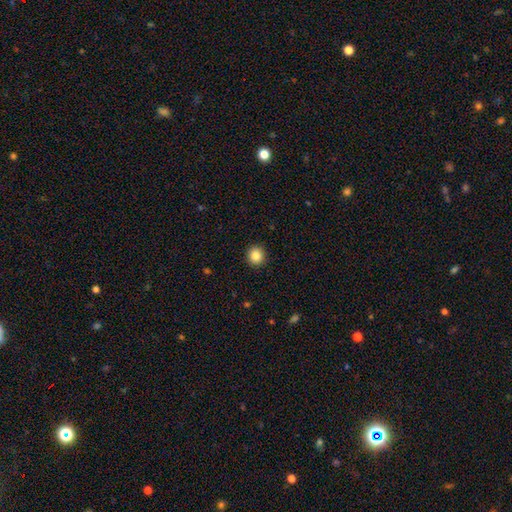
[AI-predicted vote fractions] The model was most divided on "smooth or featured": smooth: 86%, star or artifact: 10%, featured or disk: 4%. More confident: merging — none (92%); how rounded — round (89%).